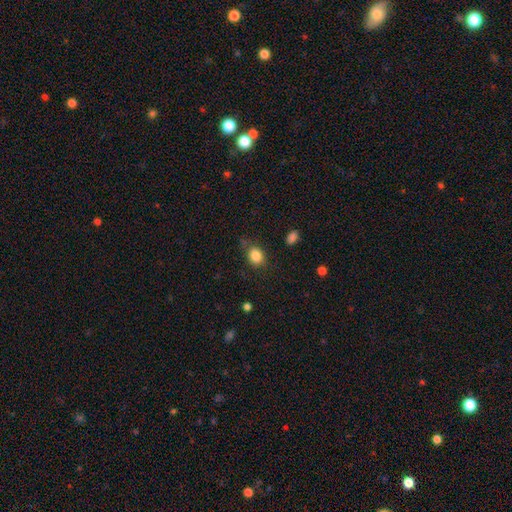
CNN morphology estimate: This is clearly a smooth galaxy (85%). How rounded: possibly in between (51%). Merging: likely none (74%).